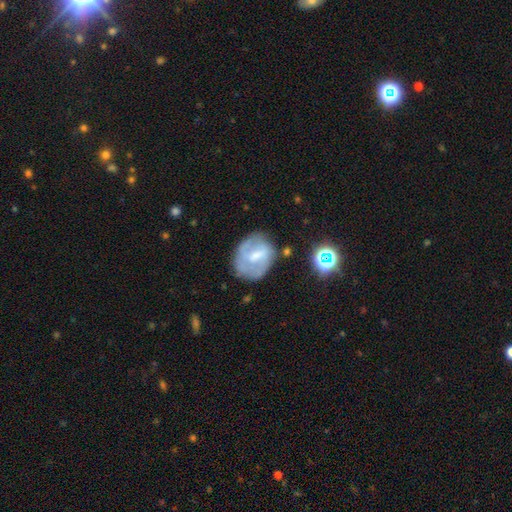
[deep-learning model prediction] Smooth or featured? Predicted: featured or disk (p=0.55). Edge-on disk? Predicted: no (p=0.96). Bar? Predicted: weak (p=0.51). Spiral arms? Predicted: yes (p=0.55). Bulge size? Predicted: moderate (p=0.41). Merging? Predicted: none (p=0.59).